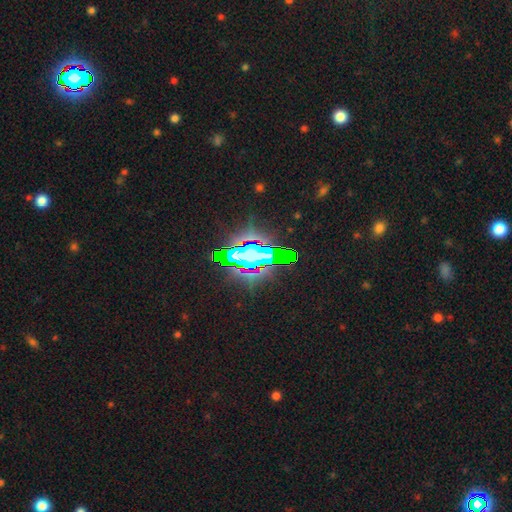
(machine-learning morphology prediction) smooth-or-featured: star or artifact: 61% | smooth: 21% | featured or disk: 18%